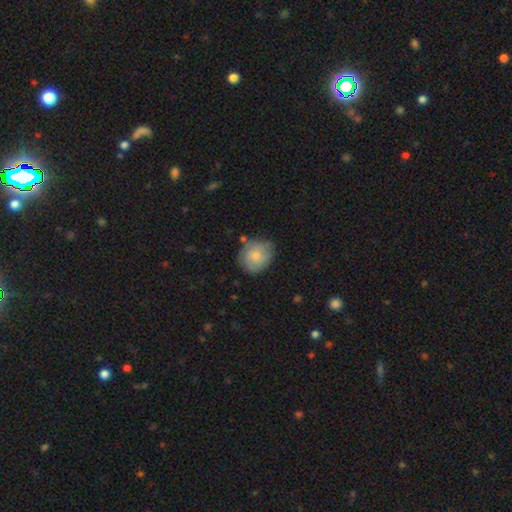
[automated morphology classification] A smooth galaxy with no disk features (68%) that is round (76%).

Vote fractions:
- Smooth or featured? smooth: 68% / featured or disk: 25% / star or artifact: 7%
- How rounded? round: 76% / in between: 23% / cigar-shaped: 1%
- Merging? none: 70% / minor disturbance: 21% / major disturbance: 5% / merger: 3%